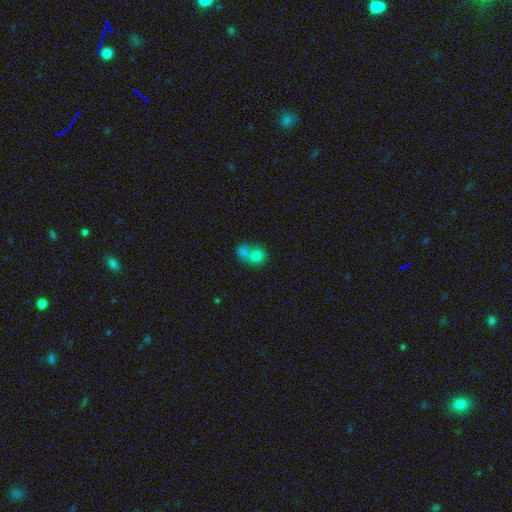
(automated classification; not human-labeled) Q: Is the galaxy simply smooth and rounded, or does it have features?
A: smooth — 75%.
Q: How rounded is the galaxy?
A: round — 56%.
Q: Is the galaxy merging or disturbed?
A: merger — 71%.